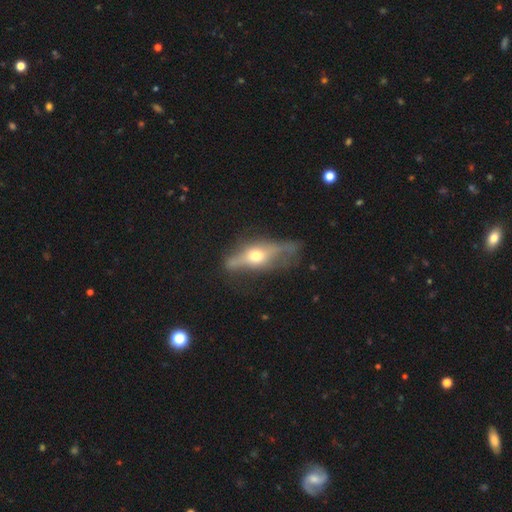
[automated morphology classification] Smooth or featured: featured or disk — 62% (smooth — 31%)
Edge-on disk: yes — 67% (no — 33%)
Merging: none — 48% (minor disturbance — 26%)